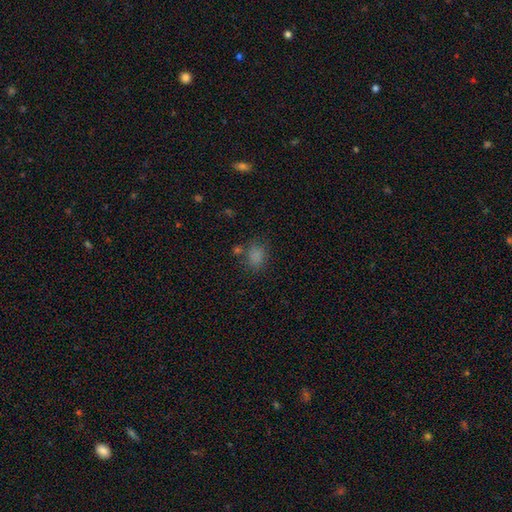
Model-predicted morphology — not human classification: A smooth galaxy with no disk features (77%) that is round (49%, tied with in between). Merging: none (67%).